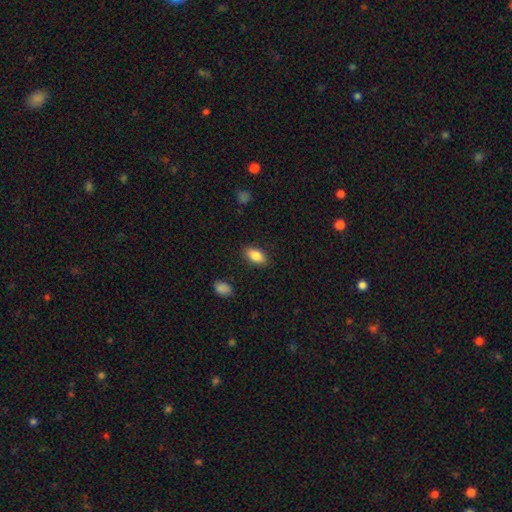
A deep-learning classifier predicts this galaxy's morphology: smooth_or_featured: smooth (p=0.83) [alt: featured or disk p=0.09]
how_rounded: in between (p=0.89) [alt: cigar-shaped p=0.06]
merging: none (p=0.87) [alt: minor disturbance p=0.10]